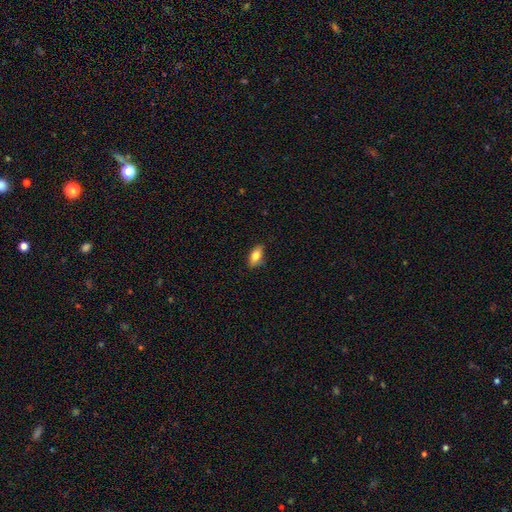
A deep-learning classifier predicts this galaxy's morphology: Q: Smooth or featured?
A: smooth (80%); runner-up: featured or disk (13%)
Q: How rounded?
A: in between (87%); runner-up: cigar-shaped (9%)
Q: Merging?
A: none (84%); runner-up: minor disturbance (13%)